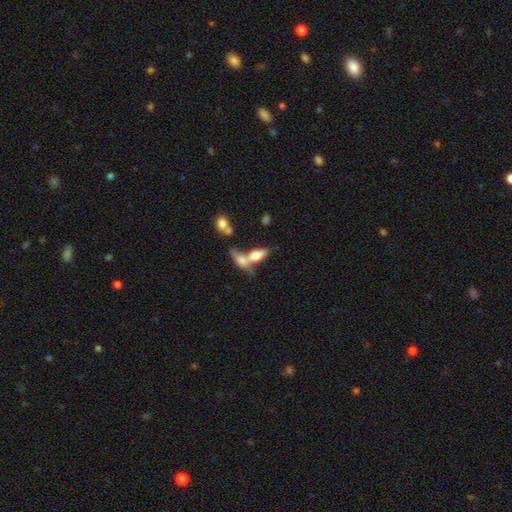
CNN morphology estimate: Overall: smooth (68%). How rounded: in between (75%). Merging: merger (57%; none 27%).